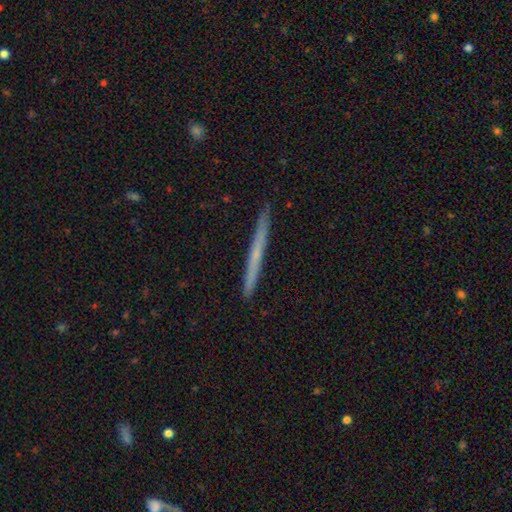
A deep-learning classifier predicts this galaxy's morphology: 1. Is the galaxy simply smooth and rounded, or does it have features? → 53% featured or disk, 40% smooth, 6% star or artifact.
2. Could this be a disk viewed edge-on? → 98% yes, 2% no.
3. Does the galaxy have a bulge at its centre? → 81% none, 16% rounded, 3% boxy.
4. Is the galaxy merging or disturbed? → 92% none, 6% minor disturbance, 1% major disturbance, 1% merger.